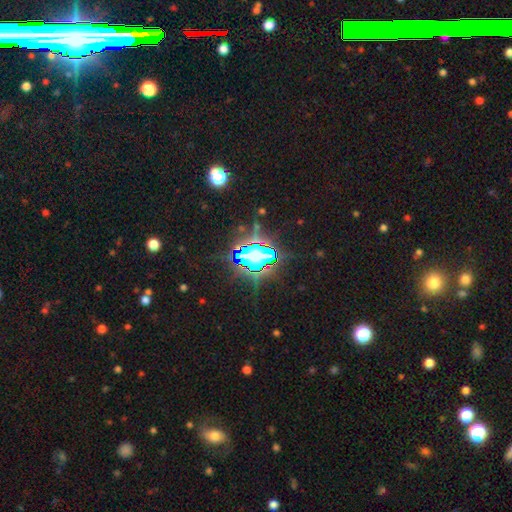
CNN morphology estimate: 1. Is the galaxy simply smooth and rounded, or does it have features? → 72% star or artifact, 16% smooth, 11% featured or disk.